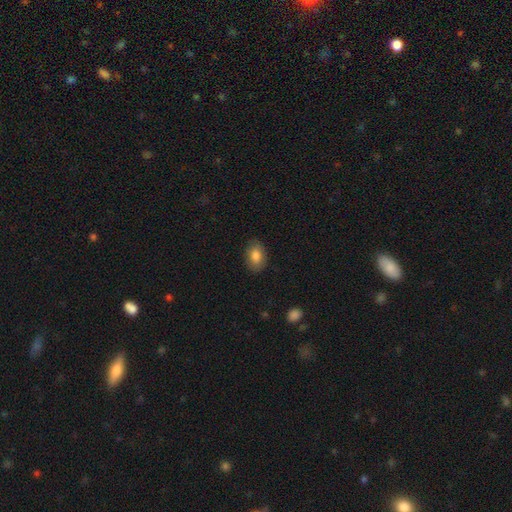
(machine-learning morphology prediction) The model was most divided on "how rounded": in between: 84%, round: 14%, cigar-shaped: 1%. More confident: merging — none (86%); smooth or featured — smooth (83%).